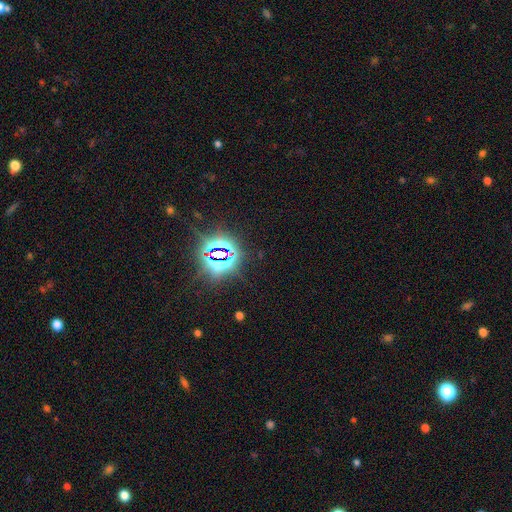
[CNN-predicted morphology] Smooth or featured? Predicted: star or artifact (p=0.82).